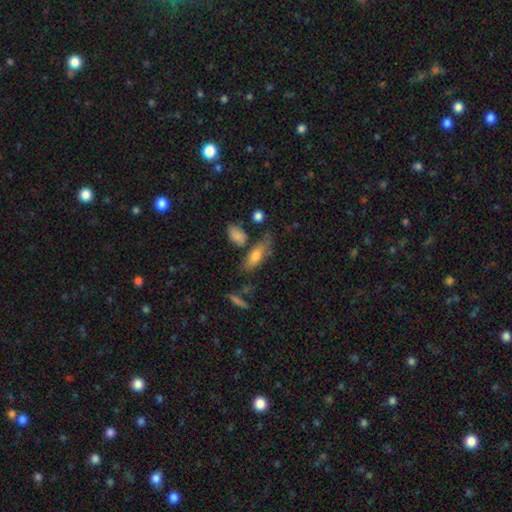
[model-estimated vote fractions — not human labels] smooth-or-featured: smooth: 69% | featured or disk: 23% | star or artifact: 8%
  how-rounded: in between: 66% | cigar-shaped: 30% | round: 4%
  merging: none: 54% | minor disturbance: 25% | merger: 11% | major disturbance: 10%